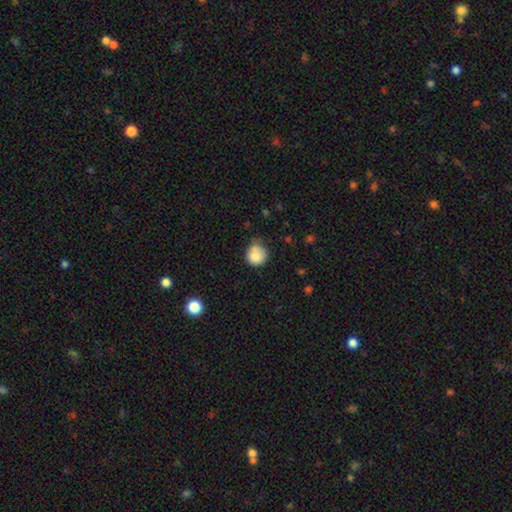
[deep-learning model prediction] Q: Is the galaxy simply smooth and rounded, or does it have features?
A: smooth — 81%.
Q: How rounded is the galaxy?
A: round — 85%.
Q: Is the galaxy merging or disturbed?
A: none — 52%.